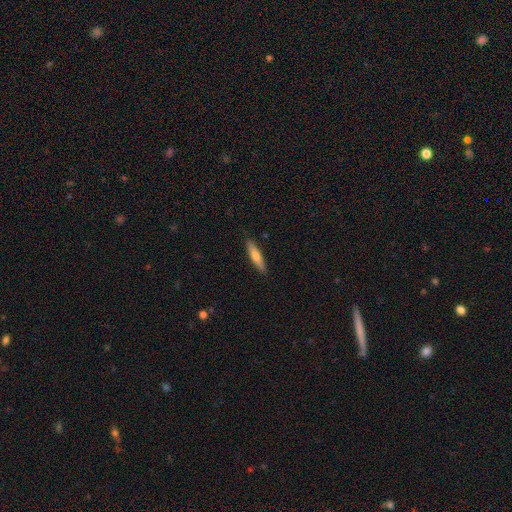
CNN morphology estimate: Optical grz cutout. It shows a smooth galaxy with no disk features (62%) that is cigar-shaped (84%). Merging: none (90%).